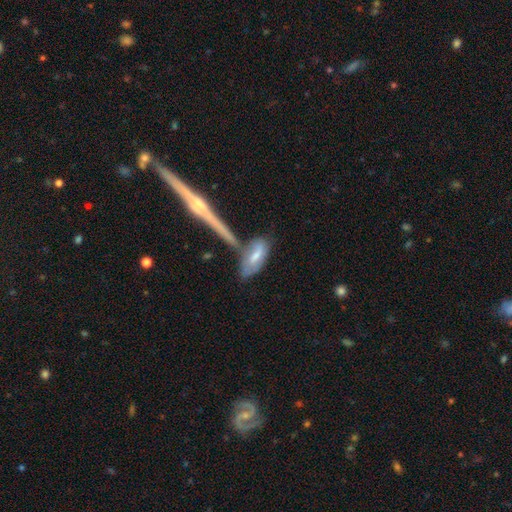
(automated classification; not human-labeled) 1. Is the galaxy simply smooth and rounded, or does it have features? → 57% smooth, 36% featured or disk, 6% star or artifact.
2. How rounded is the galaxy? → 64% in between, 33% cigar-shaped, 3% round.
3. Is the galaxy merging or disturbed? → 41% none, 33% merger, 18% minor disturbance, 8% major disturbance.